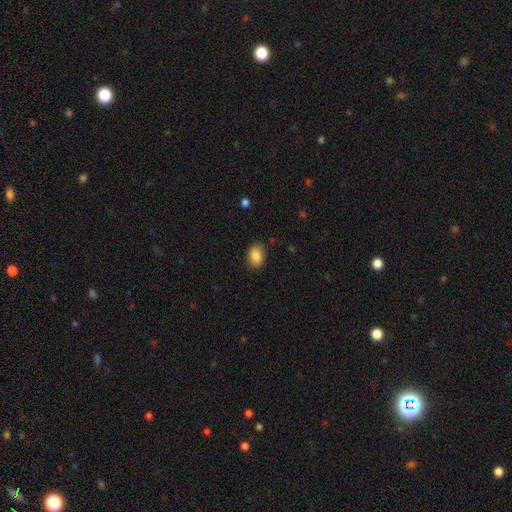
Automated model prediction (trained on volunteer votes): Smooth or featured? Predicted: smooth (p=0.88). How rounded? Predicted: in between (p=0.78). Merging? Predicted: none (p=0.83).